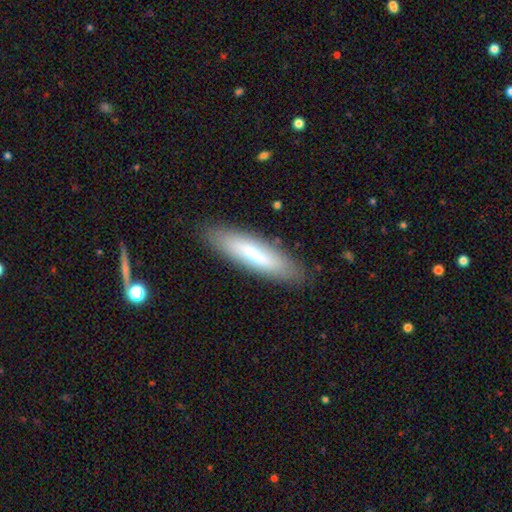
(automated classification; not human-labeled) Overall: smooth (59%; featured or disk 34%). How rounded: cigar-shaped (67%; in between 31%). Merging: none (87%).